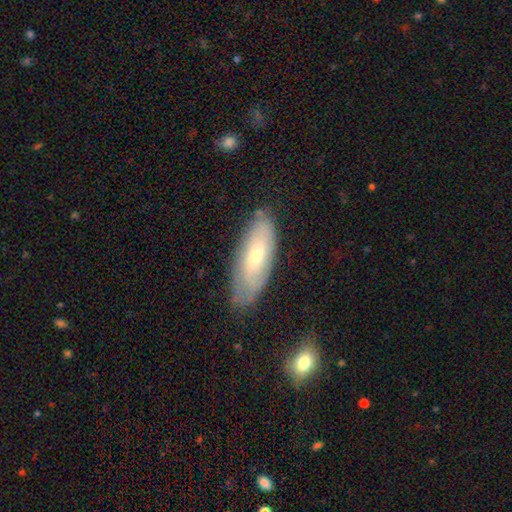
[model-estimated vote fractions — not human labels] A smooth galaxy with no disk features (53%) that is in between round and cigar-shaped (72%).

Vote fractions:
- Smooth or featured? smooth: 53% / featured or disk: 40% / star or artifact: 6%
- How rounded? in between: 72% / cigar-shaped: 26% / round: 2%
- Merging? none: 70% / minor disturbance: 22% / major disturbance: 5% / merger: 2%